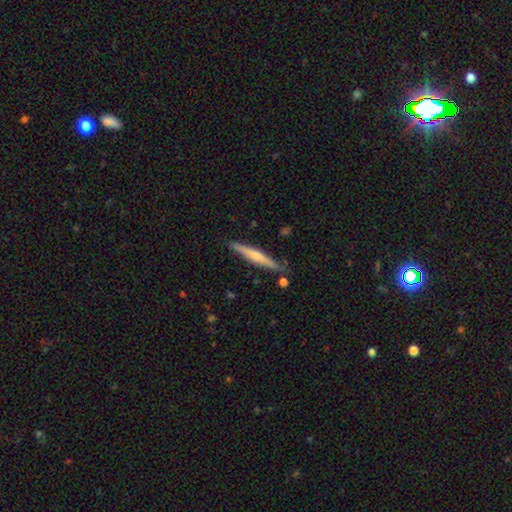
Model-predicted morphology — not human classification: A featured or disk galaxy (52%) viewed edge-on (97%) with a rounded central bulge (48%). Merging: none (84%).